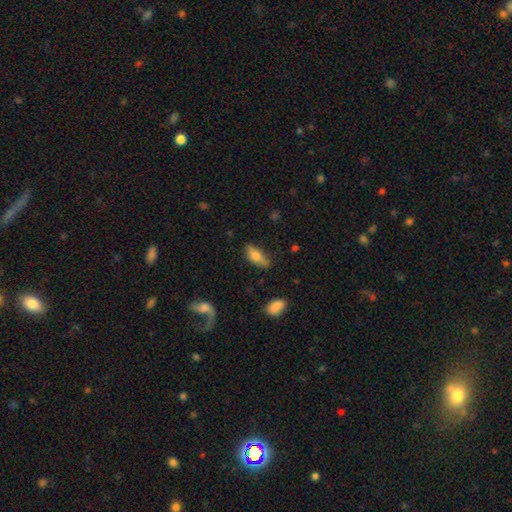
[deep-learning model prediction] smooth-or-featured: smooth: 70% | featured or disk: 23% | star or artifact: 7%
  how-rounded: in between: 74% | cigar-shaped: 23% | round: 3%
  merging: none: 69% | minor disturbance: 22% | major disturbance: 6% | merger: 3%